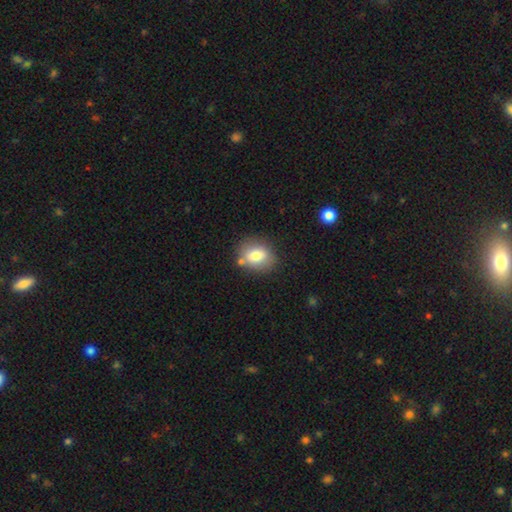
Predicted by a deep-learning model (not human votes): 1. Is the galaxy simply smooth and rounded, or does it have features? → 77% smooth, 15% featured or disk, 9% star or artifact.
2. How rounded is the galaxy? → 53% in between, 46% round, 1% cigar-shaped.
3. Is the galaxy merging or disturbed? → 73% none, 15% minor disturbance, 8% merger, 4% major disturbance.